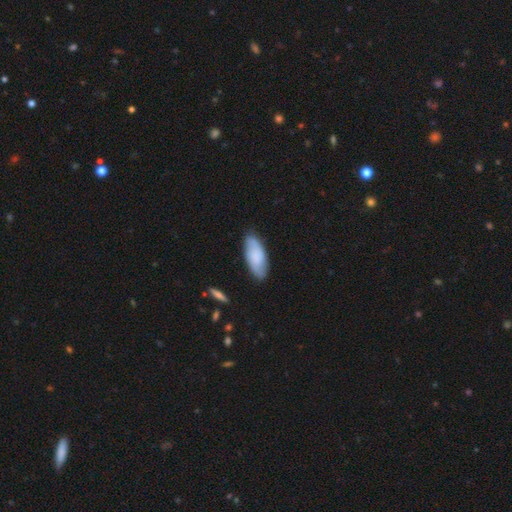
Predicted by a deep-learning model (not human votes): A smooth galaxy with no disk features (63%) that is in between round and cigar-shaped (83%).

Vote fractions:
- Smooth or featured? smooth: 63% / featured or disk: 30% / star or artifact: 7%
- How rounded? in between: 83% / cigar-shaped: 15% / round: 2%
- Merging? none: 82% / minor disturbance: 14% / major disturbance: 3% / merger: 1%